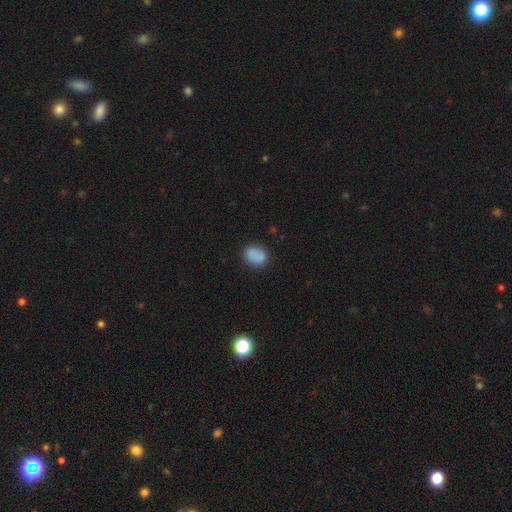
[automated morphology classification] The model was most divided on "how rounded": round: 50%, in between: 49%, cigar-shaped: 1%. More confident: smooth or featured — smooth (82%); merging — none (74%).